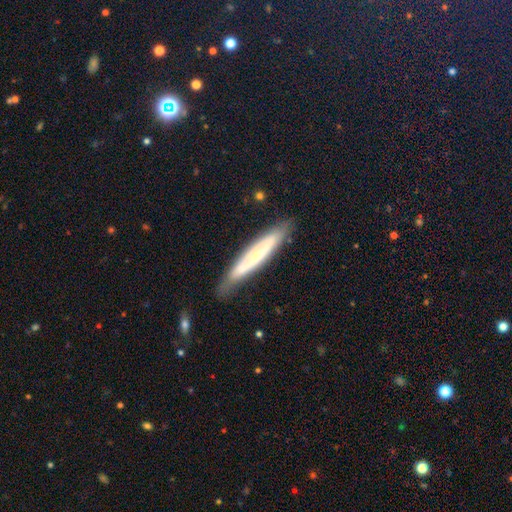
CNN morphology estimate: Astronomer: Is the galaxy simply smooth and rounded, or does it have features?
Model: featured or disk — 49% (runner-up: smooth, 44%).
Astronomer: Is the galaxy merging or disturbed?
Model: none — 77%.